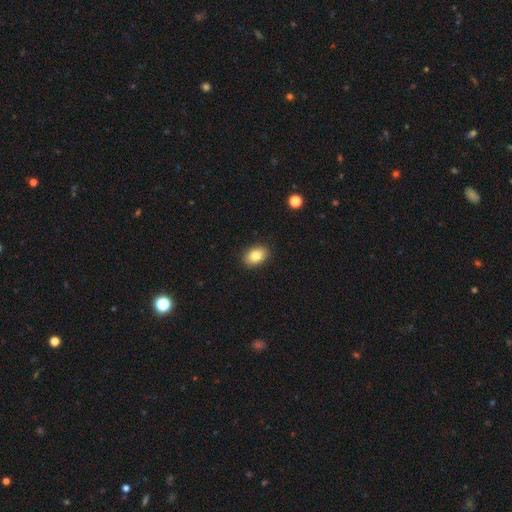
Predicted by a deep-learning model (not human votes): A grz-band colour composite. It shows a smooth galaxy with no disk features (83%) that is in between round and cigar-shaped (80%). Merging: none (90%).